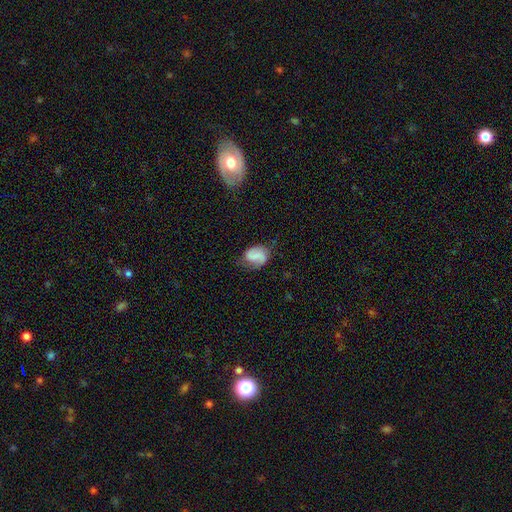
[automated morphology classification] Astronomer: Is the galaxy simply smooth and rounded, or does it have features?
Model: featured or disk — 50% (runner-up: smooth, 41%).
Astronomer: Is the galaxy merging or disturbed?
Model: none — 61%.